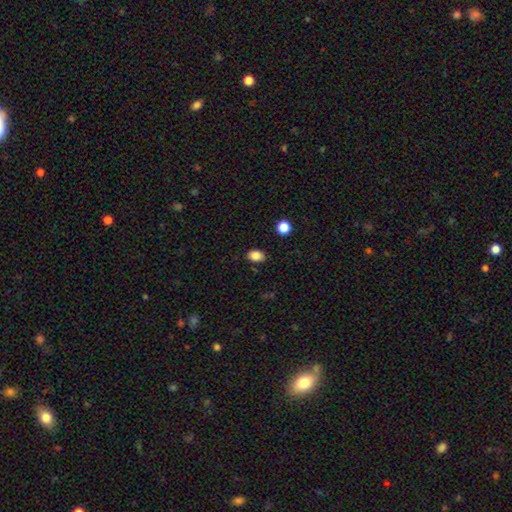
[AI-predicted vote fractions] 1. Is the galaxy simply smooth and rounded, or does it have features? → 86% smooth, 10% star or artifact, 4% featured or disk.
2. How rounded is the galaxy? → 74% in between, 25% round, 1% cigar-shaped.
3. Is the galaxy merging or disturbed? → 86% none, 10% minor disturbance, 2% major disturbance, 2% merger.